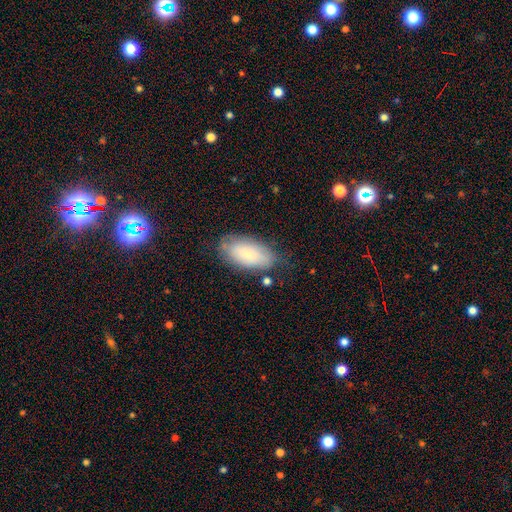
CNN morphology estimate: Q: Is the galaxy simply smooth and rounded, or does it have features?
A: smooth — 74%.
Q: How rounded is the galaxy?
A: in between — 93%.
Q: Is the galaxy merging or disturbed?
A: none — 68%.